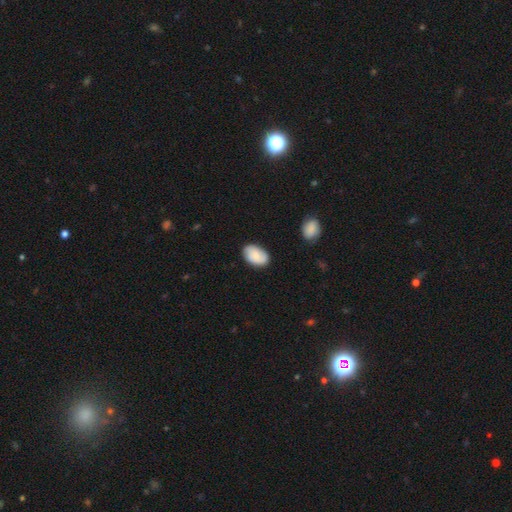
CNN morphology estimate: A smooth galaxy with no disk features (74%) that is in between round and cigar-shaped (90%).

Vote fractions:
- Smooth or featured? smooth: 74% / featured or disk: 19% / star or artifact: 7%
- How rounded? in between: 90% / round: 9% / cigar-shaped: 1%
- Merging? none: 81% / minor disturbance: 15% / major disturbance: 3% / merger: 2%